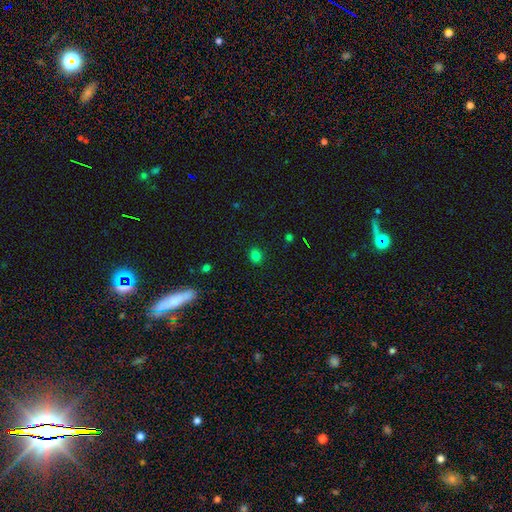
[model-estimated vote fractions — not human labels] A smooth galaxy with no disk features (79%) that is round (62%). Merging: none (89%).